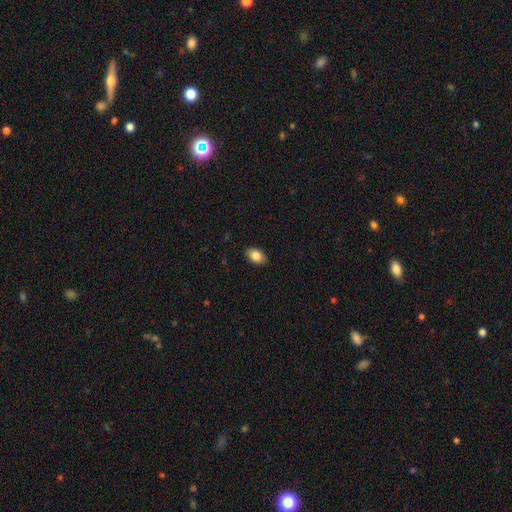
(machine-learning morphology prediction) Smooth or featured? smooth (84%)
How rounded? in between (85%)
Merging? none (89%)